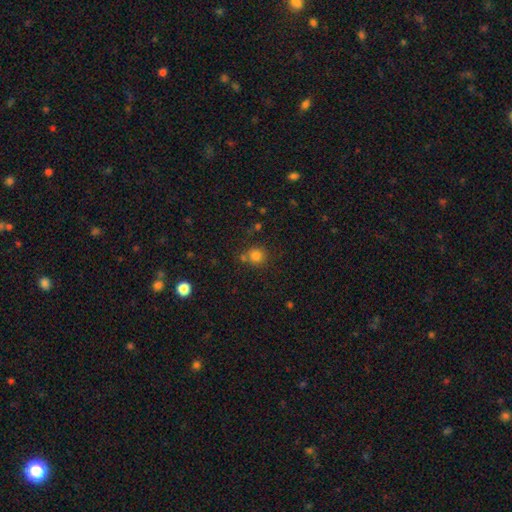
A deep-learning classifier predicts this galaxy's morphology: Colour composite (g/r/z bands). It shows a smooth galaxy with no disk features (79%) that is round (89%). Merging: none (70%).